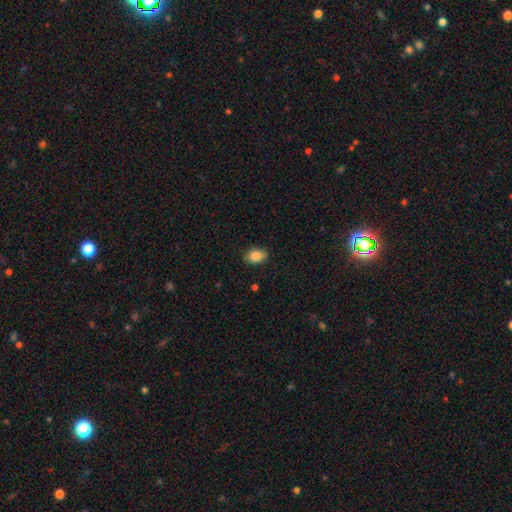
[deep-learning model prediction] Smooth or featured? Predicted: smooth (p=0.86). How rounded? Predicted: in between (p=0.76). Merging? Predicted: none (p=0.86).